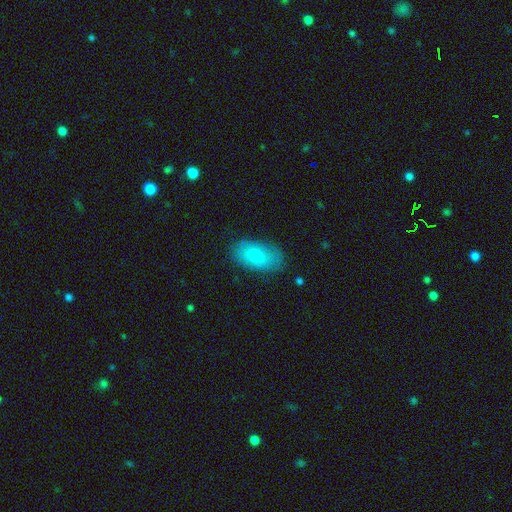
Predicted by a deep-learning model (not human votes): smooth_or_featured: smooth (p=0.81) [alt: featured or disk p=0.13]
how_rounded: in between (p=0.93) [alt: round p=0.04]
merging: none (p=0.79) [alt: minor disturbance p=0.16]